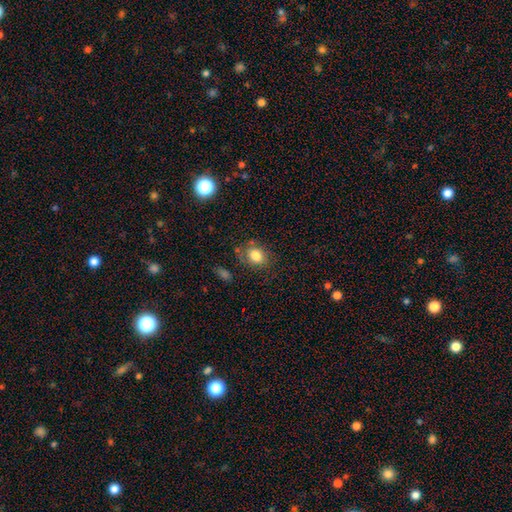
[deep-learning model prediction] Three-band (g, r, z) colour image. It shows a smooth galaxy with no disk features (80%) that is in between round and cigar-shaped (50%). Merging: none (72%).